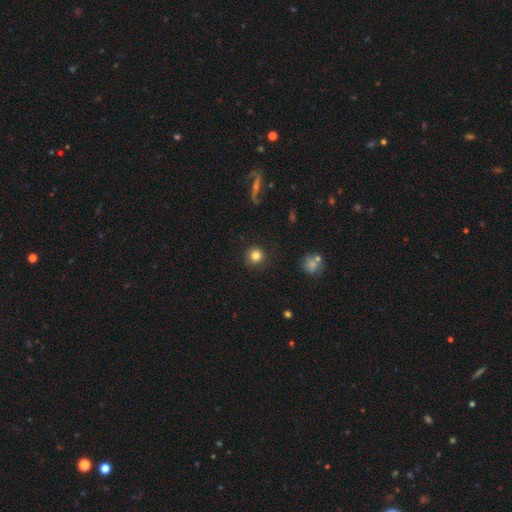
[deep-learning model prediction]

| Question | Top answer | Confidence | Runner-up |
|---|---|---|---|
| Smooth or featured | smooth | 83% | star or artifact (11%) |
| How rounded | round | 93% | in between (6%) |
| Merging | none | 88% | minor disturbance (8%) |